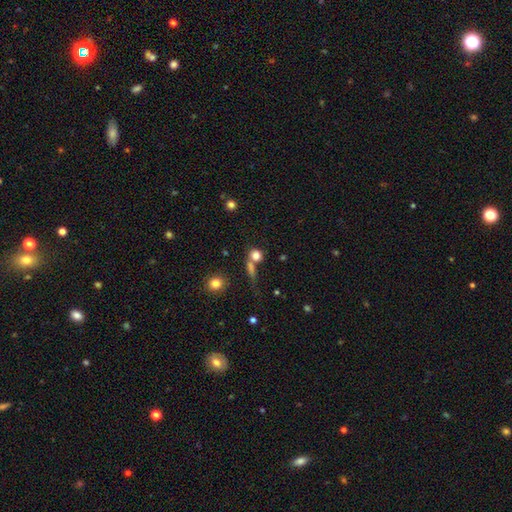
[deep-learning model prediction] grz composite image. It shows a smooth galaxy with no disk features (79%) that is round (78%). Merging: none (50%).